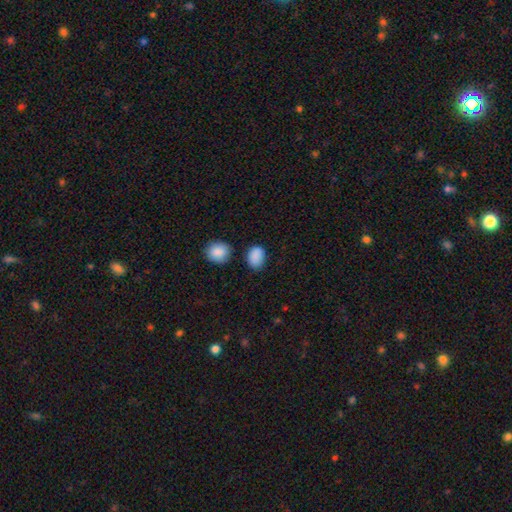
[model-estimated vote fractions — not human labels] smooth 88%, star or artifact 8%, featured or disk 4%. Down the decision tree: how rounded — in between (72%); merging — none (74%).